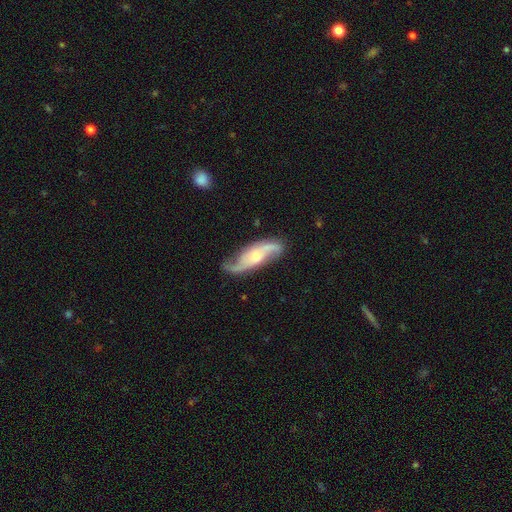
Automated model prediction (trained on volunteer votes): Q: Smooth or featured?
A: featured or disk (82%); runner-up: smooth (12%)
Q: Edge-on disk?
A: no (90%); runner-up: yes (10%)
Q: Bar?
A: no (58%); runner-up: weak (33%)
Q: Spiral arms?
A: yes (96%); runner-up: no (4%)
Q: Spiral winding?
A: loose (53%); runner-up: medium (36%)
Q: Spiral arm count?
A: 2 (90%); runner-up: can't tell (4%)
Q: Bulge size?
A: moderate (50%); runner-up: small (41%)
Q: Merging?
A: none (73%); runner-up: minor disturbance (18%)